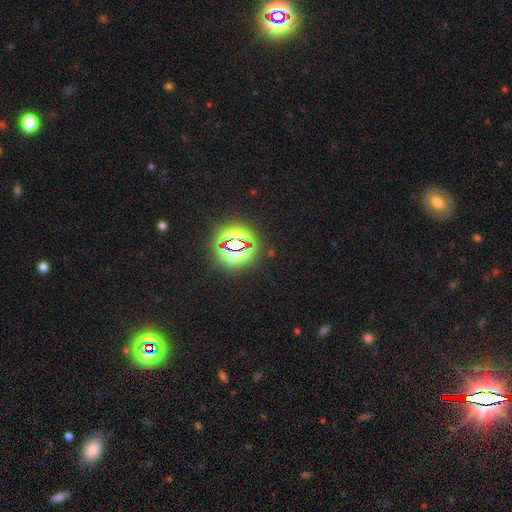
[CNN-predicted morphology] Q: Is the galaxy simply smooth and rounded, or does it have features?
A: star or artifact — 83%.